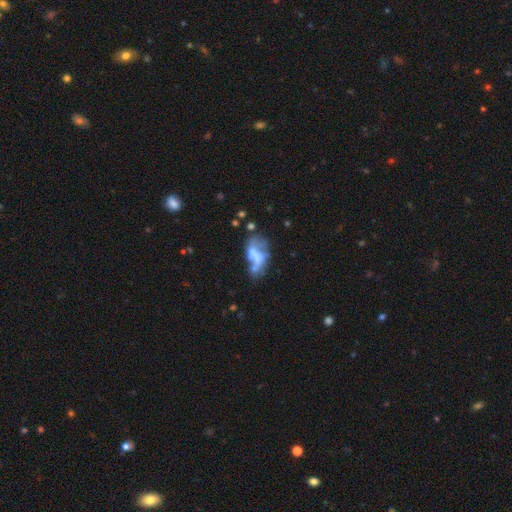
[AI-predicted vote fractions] Smooth or featured? Predicted: featured or disk (p=0.51). Edge-on disk? Predicted: no (p=0.97). Merging? Predicted: merger (p=0.33).